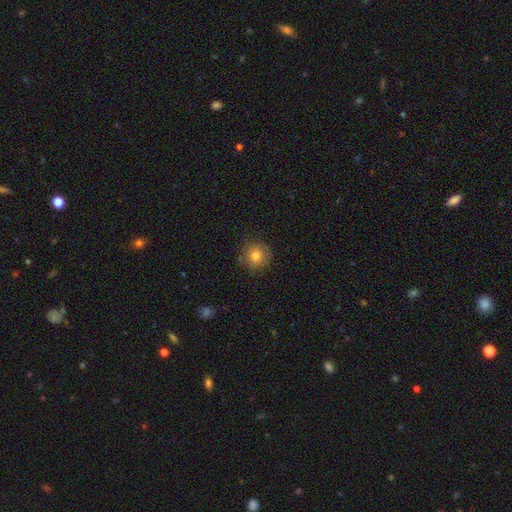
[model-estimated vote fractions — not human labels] smooth-or-featured: smooth: 79% | featured or disk: 11% | star or artifact: 10%
  how-rounded: round: 92% | in between: 7% | cigar-shaped: 1%
  merging: none: 84% | minor disturbance: 11% | major disturbance: 3% | merger: 1%